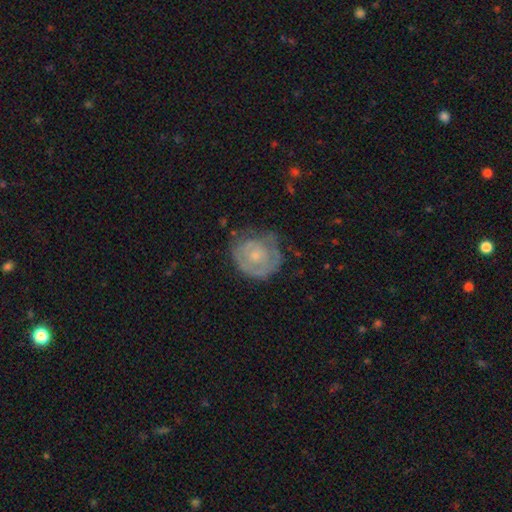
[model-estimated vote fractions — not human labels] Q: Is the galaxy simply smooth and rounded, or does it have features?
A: featured or disk — 61%.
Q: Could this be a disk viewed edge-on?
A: no — 97%.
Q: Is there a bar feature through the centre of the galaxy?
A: no — 84%.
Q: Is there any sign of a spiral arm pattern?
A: yes — 58%.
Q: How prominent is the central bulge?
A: small — 60%.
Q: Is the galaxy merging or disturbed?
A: none — 56%.